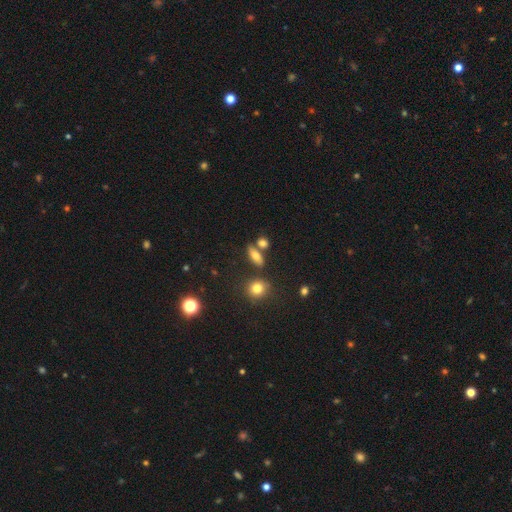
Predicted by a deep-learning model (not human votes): Smooth or featured?
  - smooth: 66% *
  - featured or disk: 22%
  - star or artifact: 12%
How rounded?
  - in between: 60% *
  - cigar-shaped: 28%
  - round: 12%
Merging?
  - none: 68% *
  - merger: 16%
  - minor disturbance: 12%
  - major disturbance: 4%